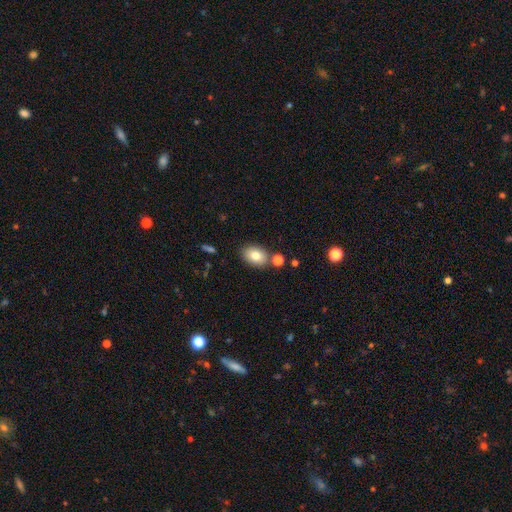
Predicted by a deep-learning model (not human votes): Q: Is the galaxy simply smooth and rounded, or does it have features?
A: smooth — 80%.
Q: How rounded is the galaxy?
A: in between — 77%.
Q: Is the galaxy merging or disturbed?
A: none — 78%.